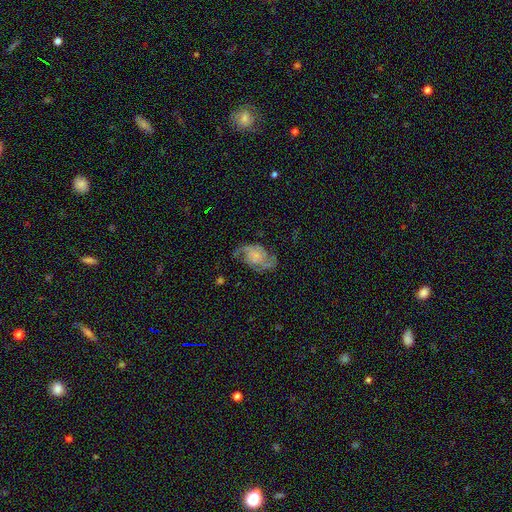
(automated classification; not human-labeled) smooth-or-featured: featured or disk: 77% | smooth: 14% | star or artifact: 8%
  disk-edge-on: no: 97% | yes: 3%
    bar: no: 67% | weak: 27% | strong: 6%
    has-spiral-arms: yes: 94% | no: 6%
      spiral-winding: medium: 46% | loose: 33% | tight: 21%
      spiral-arm-count: 2: 69% | 3: 11% | can't tell: 10% | 1: 4% | 4: 3% | more than 4: 3%
    bulge-size: none: 49% | small: 27% | moderate: 14% | large: 8% | dominant: 2%
  merging: none: 61% | minor disturbance: 21% | major disturbance: 16% | merger: 2%